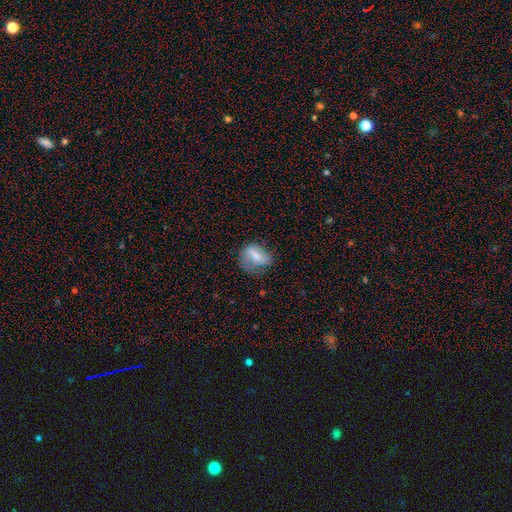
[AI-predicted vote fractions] Overall: smooth (56%; featured or disk 35%). How rounded: in between (63%; round 33%). Merging: none (45%; minor disturbance 31%).